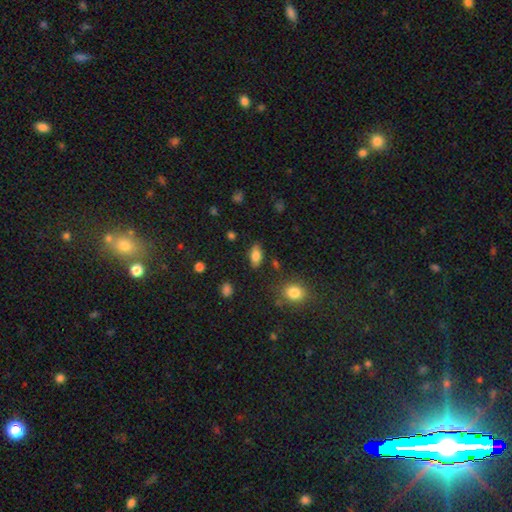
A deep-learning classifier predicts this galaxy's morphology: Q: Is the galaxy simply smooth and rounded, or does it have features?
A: smooth — 79%.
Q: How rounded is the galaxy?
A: in between — 88%.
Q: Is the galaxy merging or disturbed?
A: none — 82%.